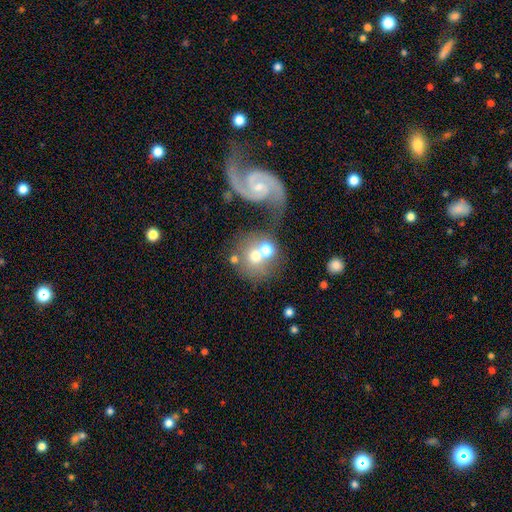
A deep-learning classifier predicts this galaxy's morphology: smooth_or_featured: smooth (p=0.52) [alt: featured or disk p=0.37]
how_rounded: round (p=0.79) [alt: in between p=0.20]
merging: merger (p=0.44) [alt: none p=0.36]